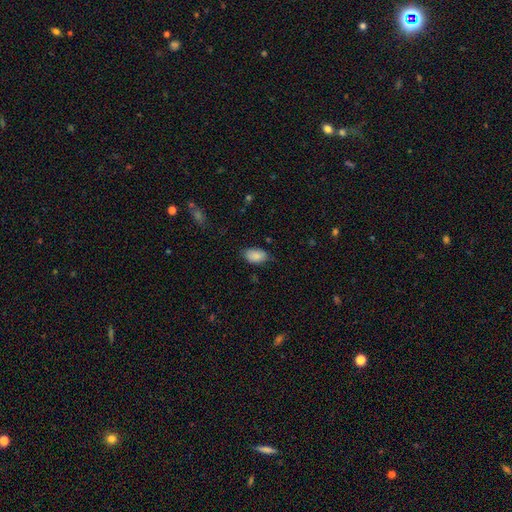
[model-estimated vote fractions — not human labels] The model was most divided on "merging": none: 72%, minor disturbance: 23%, major disturbance: 4%, merger: 1%. More confident: how rounded — in between (93%); smooth or featured — smooth (86%).